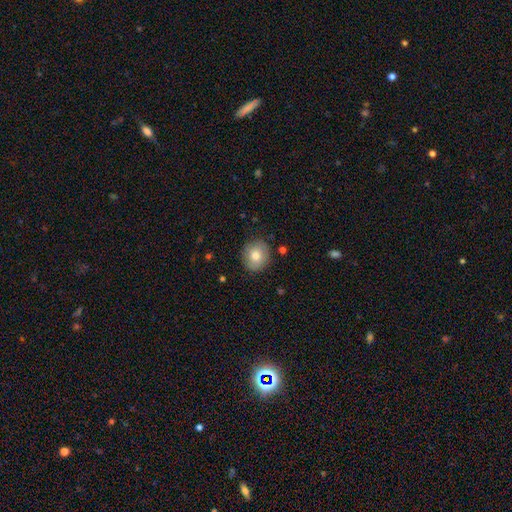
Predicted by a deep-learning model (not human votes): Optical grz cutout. It shows a smooth galaxy with no disk features (76%) that is round (80%). Merging: none (87%).